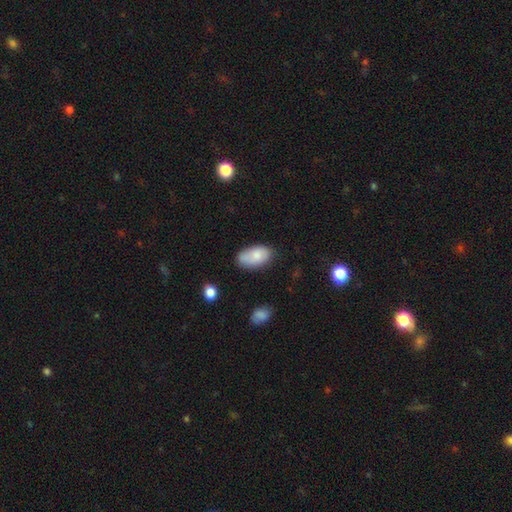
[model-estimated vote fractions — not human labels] This is likely a smooth galaxy (78%). How rounded: clearly in between (94%). Merging: likely none (66%).